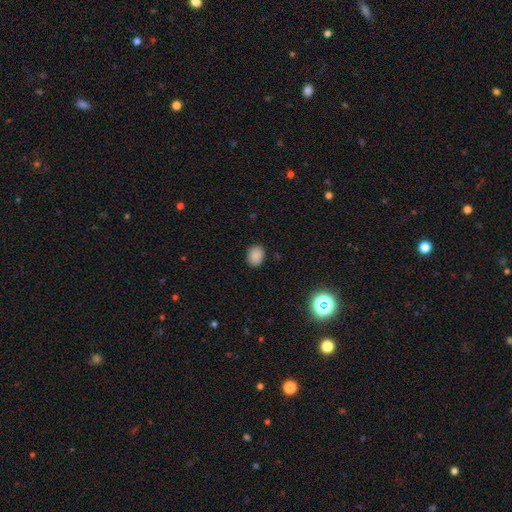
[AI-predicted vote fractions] Smooth or featured? Predicted: smooth (p=0.86). How rounded? Predicted: in between (p=0.58). Merging? Predicted: none (p=0.87).